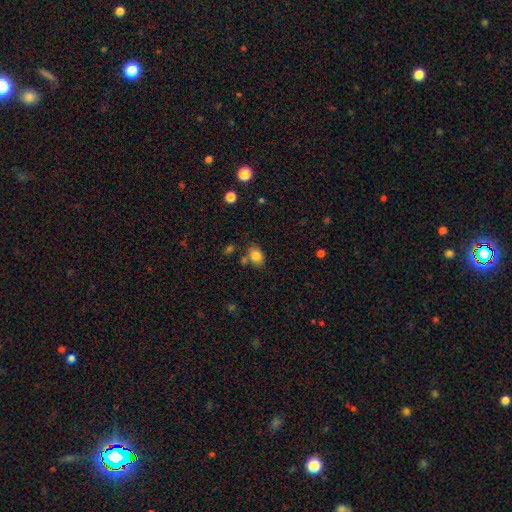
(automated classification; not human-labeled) Smooth or featured? Predicted: smooth (p=0.82). How rounded? Predicted: in between (p=0.72). Merging? Predicted: none (p=0.67).